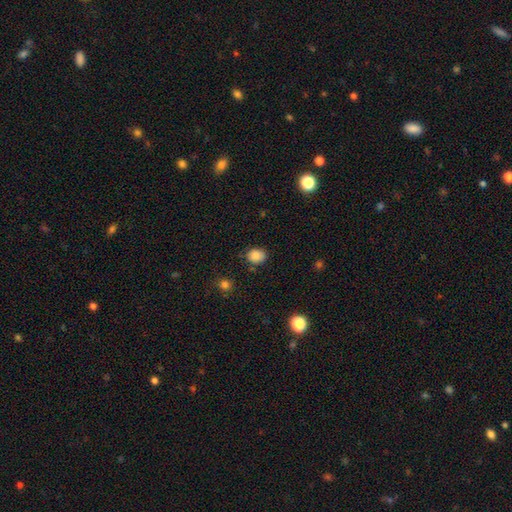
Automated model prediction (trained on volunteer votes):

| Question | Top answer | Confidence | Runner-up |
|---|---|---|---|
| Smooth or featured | smooth | 85% | star or artifact (10%) |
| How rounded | round | 54% | in between (45%) |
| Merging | none | 80% | minor disturbance (14%) |